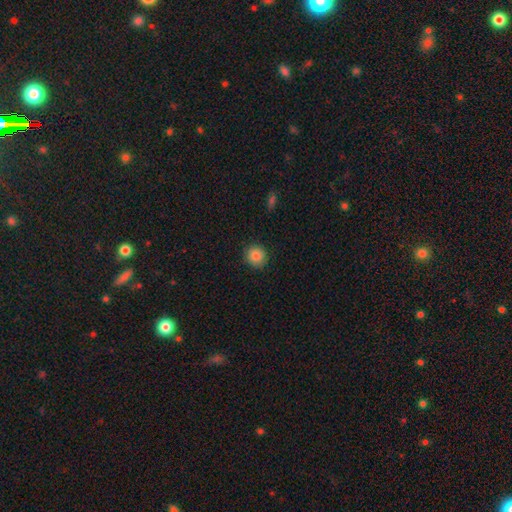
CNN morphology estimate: Smooth or featured? smooth (85%)
How rounded? round (91%)
Merging? none (90%)